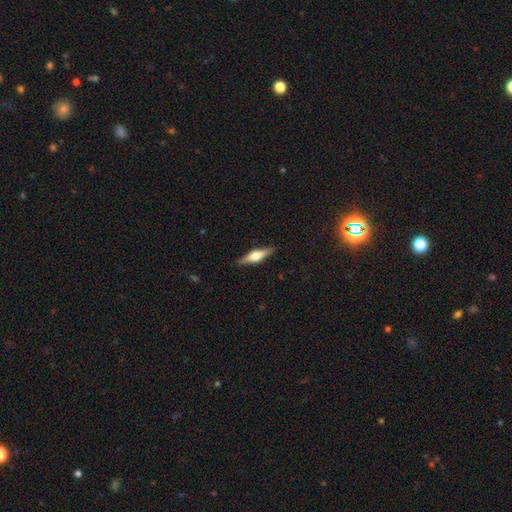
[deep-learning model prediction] A featured or disk galaxy (61%) viewed edge-on (96%) with a rounded central bulge (90%).

Vote fractions:
- Smooth or featured? featured or disk: 61% / smooth: 33% / star or artifact: 6%
- Edge-on disk? yes: 96% / no: 4%
- Edge-on bulge? rounded: 90% / boxy: 8% / none: 2%
- Merging? none: 89% / minor disturbance: 8% / major disturbance: 2% / merger: 1%